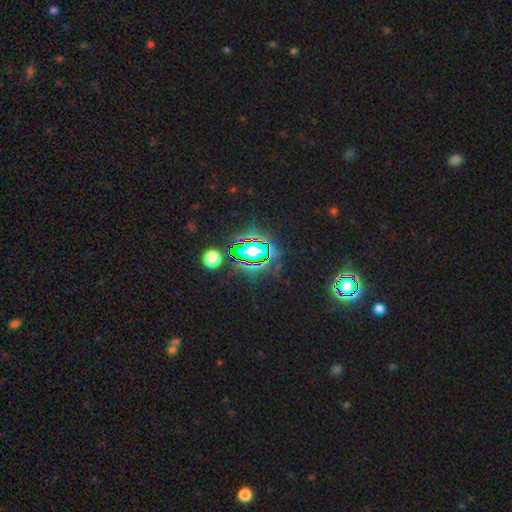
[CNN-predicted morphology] Smooth or featured? Predicted: star or artifact (p=0.75).